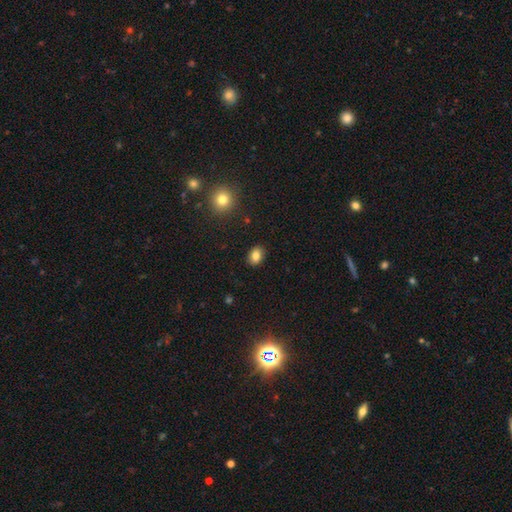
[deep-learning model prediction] A smooth galaxy with no disk features (83%) that is in between round and cigar-shaped (70%).

Vote fractions:
- Smooth or featured? smooth: 83% / star or artifact: 10% / featured or disk: 7%
- How rounded? in between: 70% / round: 29% / cigar-shaped: 1%
- Merging? none: 89% / minor disturbance: 8% / major disturbance: 2% / merger: 1%